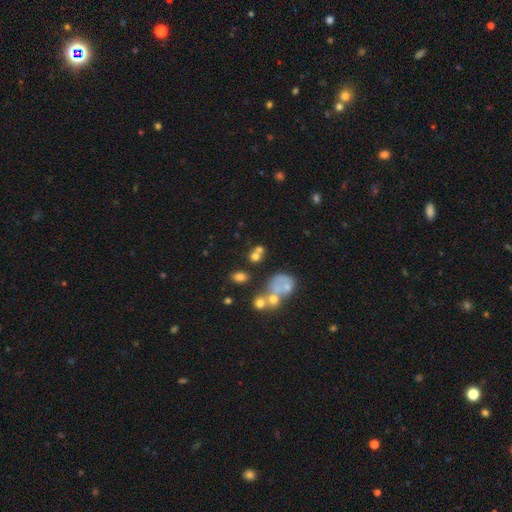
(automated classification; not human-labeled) Smooth or featured?
  - smooth: 63% *
  - featured or disk: 19%
  - star or artifact: 18%
How rounded?
  - round: 55% *
  - in between: 43%
  - cigar-shaped: 2%
Merging?
  - none: 41% *
  - merger: 39%
  - minor disturbance: 11%
  - major disturbance: 9%